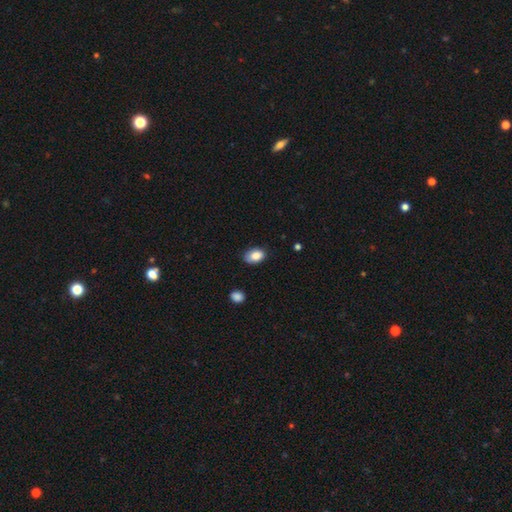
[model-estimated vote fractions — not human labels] Overall: smooth (86%). How rounded: in between (84%). Merging: none (77%).